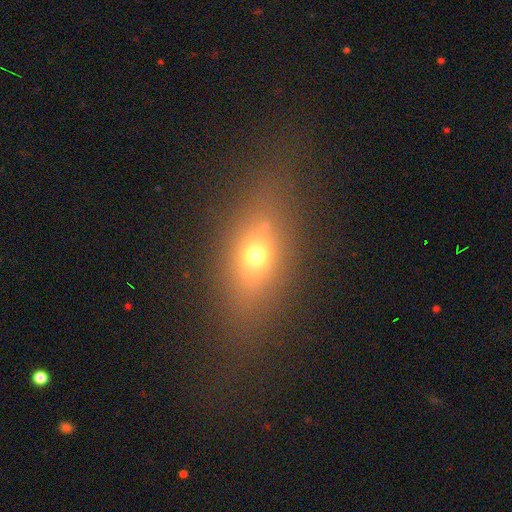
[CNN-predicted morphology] smooth-or-featured: smooth: 64% | featured or disk: 19% | star or artifact: 16%
  how-rounded: in between: 69% | round: 19% | cigar-shaped: 12%
  merging: none: 74% | minor disturbance: 14% | major disturbance: 9% | merger: 4%